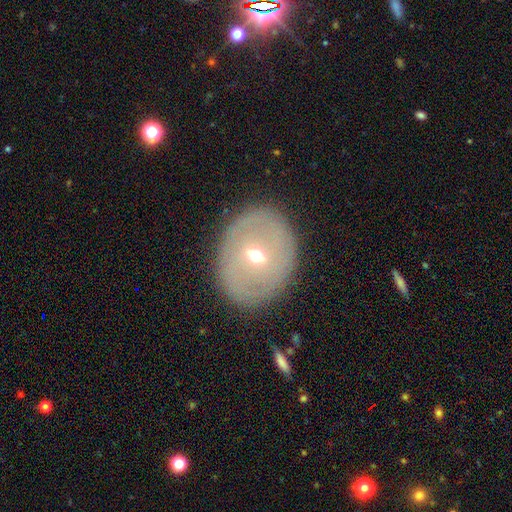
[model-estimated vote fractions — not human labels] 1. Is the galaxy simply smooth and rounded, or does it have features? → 52% featured or disk, 38% smooth, 9% star or artifact.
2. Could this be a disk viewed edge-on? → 92% no, 8% yes.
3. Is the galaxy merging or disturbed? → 85% none, 10% minor disturbance, 3% major disturbance, 1% merger.